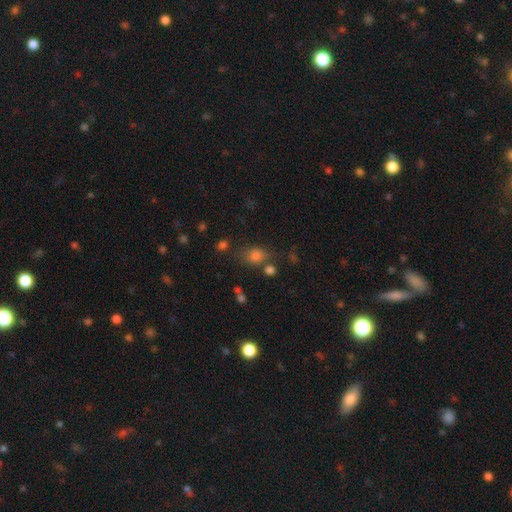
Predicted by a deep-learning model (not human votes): Morphology: type=smooth (73%); roundness=round (49%, tied with in between); merging=none (67%).